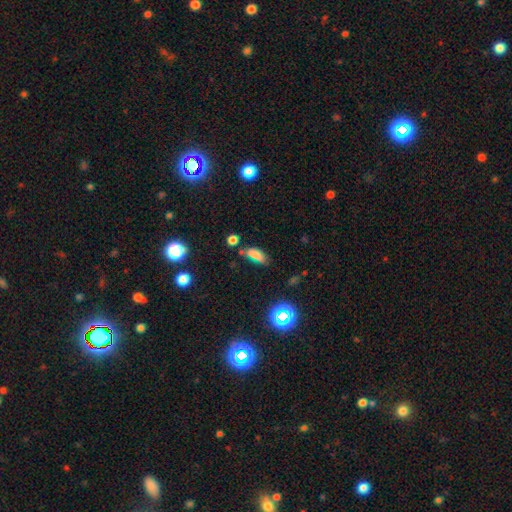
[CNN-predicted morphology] smooth-or-featured: smooth: 73% | star or artifact: 17% | featured or disk: 9%
  how-rounded: in between: 79% | cigar-shaped: 16% | round: 5%
  merging: none: 54% | minor disturbance: 26% | merger: 10% | major disturbance: 9%